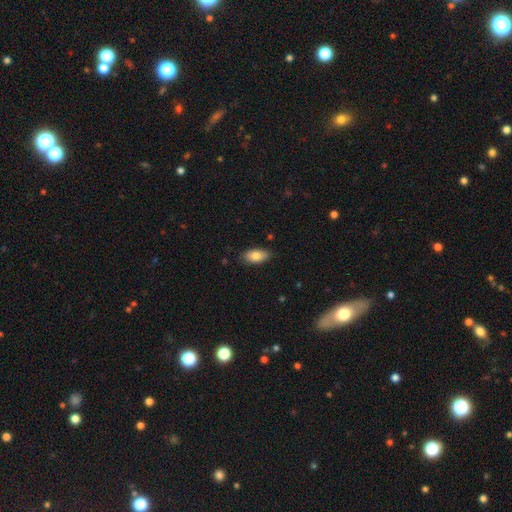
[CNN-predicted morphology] smooth-or-featured: smooth: 81% | featured or disk: 12% | star or artifact: 7%
  how-rounded: in between: 91% | cigar-shaped: 6% | round: 3%
  merging: none: 84% | minor disturbance: 12% | major disturbance: 2% | merger: 1%